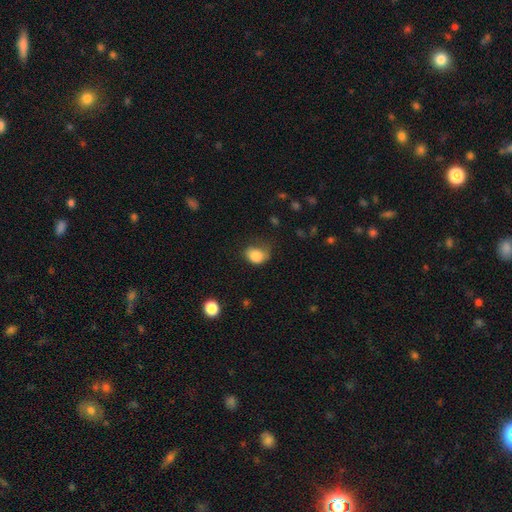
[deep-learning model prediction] smooth-or-featured: smooth: 84% | star or artifact: 9% | featured or disk: 7%
  how-rounded: in between: 58% | round: 41% | cigar-shaped: 1%
  merging: none: 41% | minor disturbance: 37% | major disturbance: 20% | merger: 2%